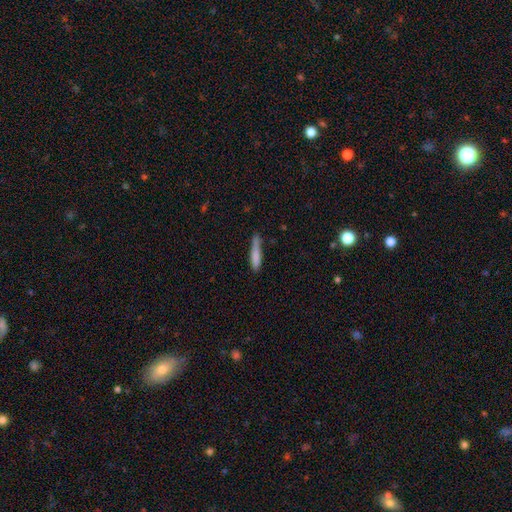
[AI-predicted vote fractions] Smooth or featured: smooth — 79% (featured or disk — 14%)
How rounded: cigar-shaped — 90% (in between — 9%)
Merging: none — 66% (minor disturbance — 26%)